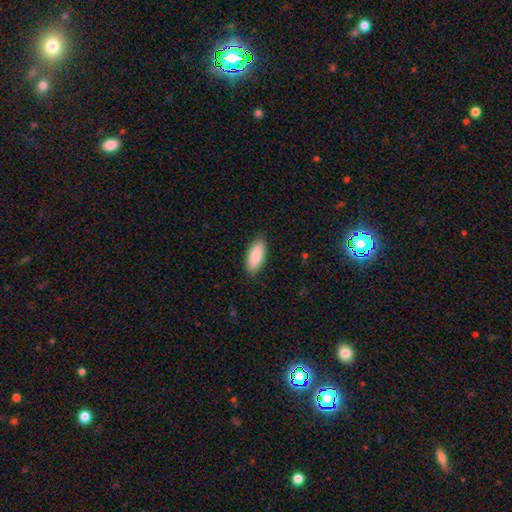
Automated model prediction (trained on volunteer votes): Overall: smooth (89%). How rounded: in between (85%). Merging: none (88%).